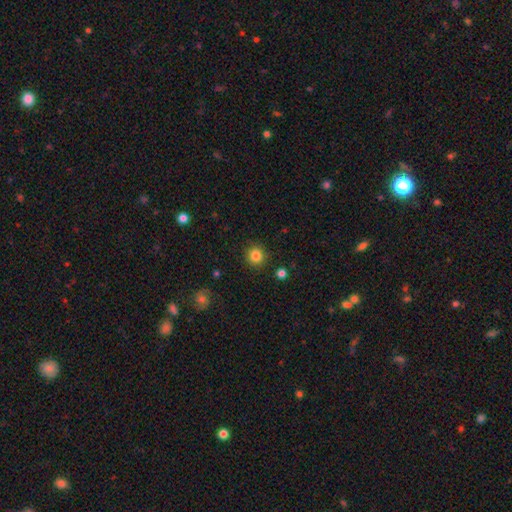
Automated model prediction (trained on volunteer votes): smooth_or_featured: smooth (p=0.84) [alt: star or artifact p=0.11]
how_rounded: round (p=0.92) [alt: in between p=0.07]
merging: none (p=0.90) [alt: minor disturbance p=0.06]